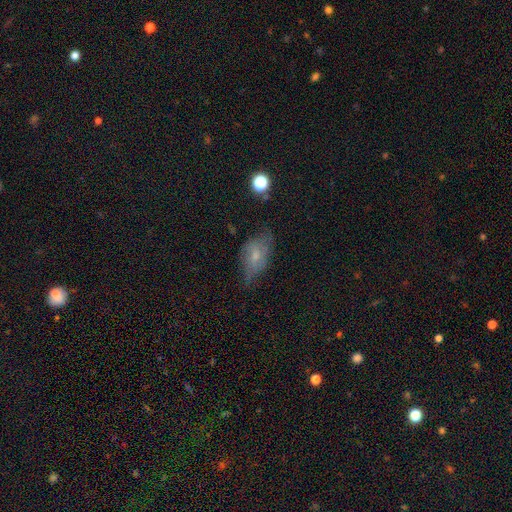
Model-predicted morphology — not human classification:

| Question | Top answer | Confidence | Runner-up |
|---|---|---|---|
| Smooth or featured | smooth | 51% | featured or disk (38%) |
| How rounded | in between | 86% | round (10%) |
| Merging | none | 48% | minor disturbance (34%) |